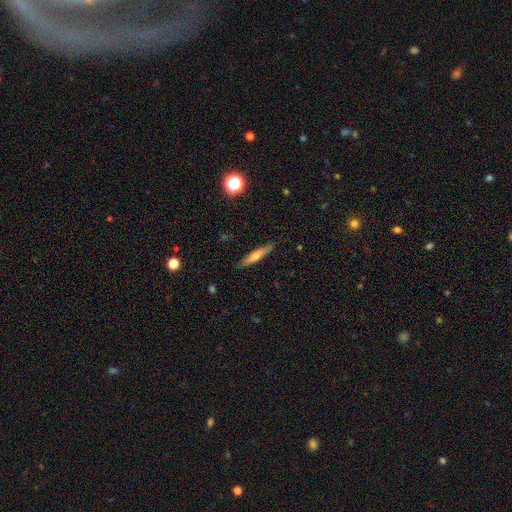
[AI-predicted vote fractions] The model was most divided on "smooth or featured": smooth: 48%, featured or disk: 44%, star or artifact: 8%. More confident: merging — none (88%).